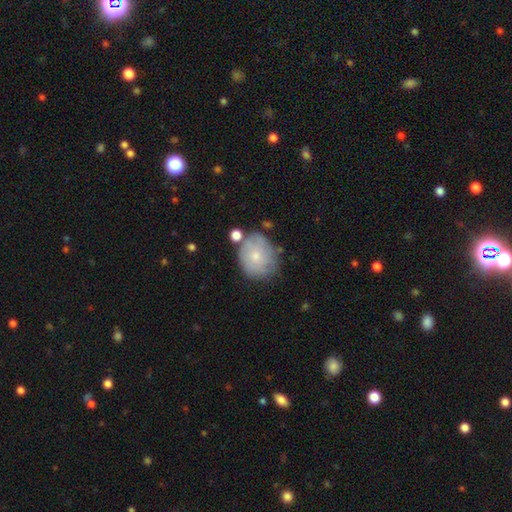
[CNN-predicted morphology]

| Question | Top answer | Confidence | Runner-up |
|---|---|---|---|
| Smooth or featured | smooth | 61% | featured or disk (31%) |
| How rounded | round | 65% | in between (34%) |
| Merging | none | 62% | minor disturbance (23%) |